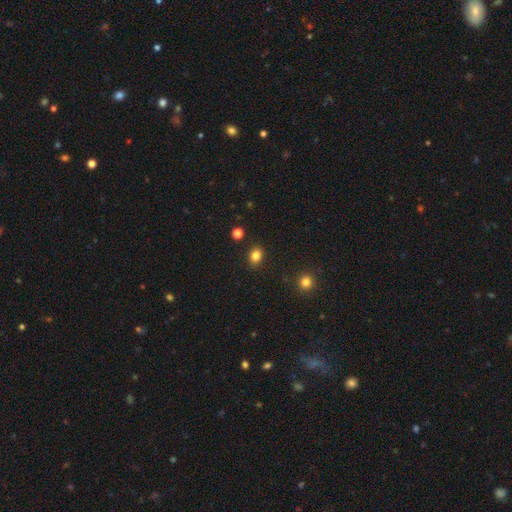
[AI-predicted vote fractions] A smooth galaxy with no disk features (83%) that is in between round and cigar-shaped (53%).

Vote fractions:
- Smooth or featured? smooth: 83% / star or artifact: 12% / featured or disk: 5%
- How rounded? in between: 53% / round: 46% / cigar-shaped: 1%
- Merging? none: 87% / minor disturbance: 9% / major disturbance: 2% / merger: 2%